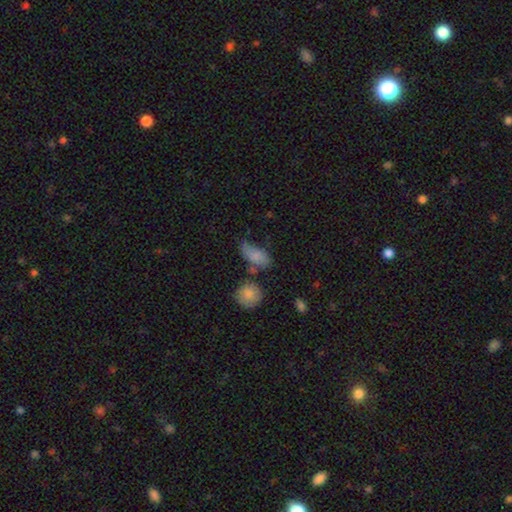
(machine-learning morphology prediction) Smooth or featured? Predicted: smooth (p=0.80). How rounded? Predicted: in between (p=0.88). Merging? Predicted: none (p=0.45).